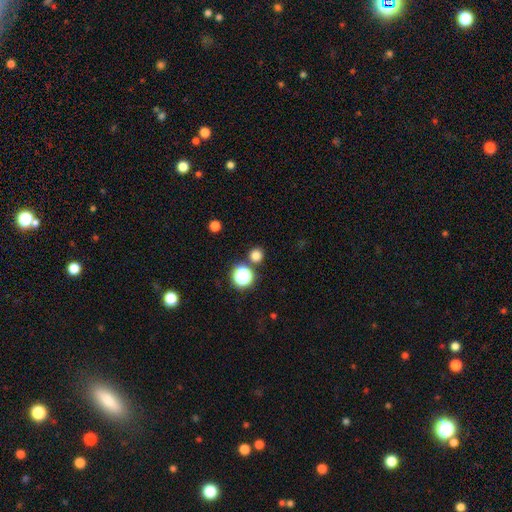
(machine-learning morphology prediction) A smooth galaxy with no disk features (77%) that is round (93%). Merging: none (84%).